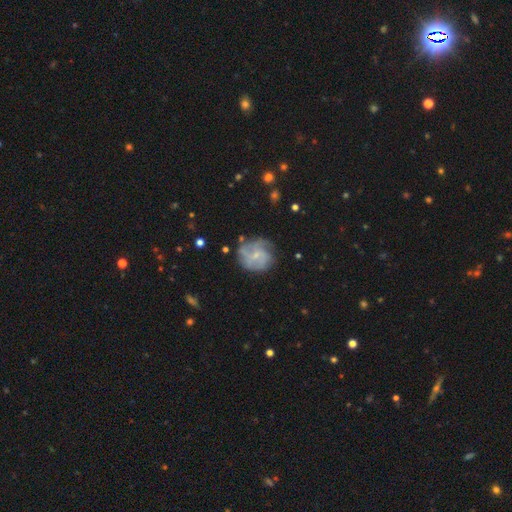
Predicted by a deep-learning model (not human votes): Smooth or featured? Predicted: featured or disk (p=0.67). Edge-on disk? Predicted: no (p=0.98). Bar? Predicted: no (p=0.59). Spiral arms? Predicted: yes (p=0.85). Spiral winding? Predicted: medium (p=0.41). Spiral arm count? Predicted: can't tell (p=0.35). Bulge size? Predicted: small (p=0.69). Merging? Predicted: none (p=0.63).